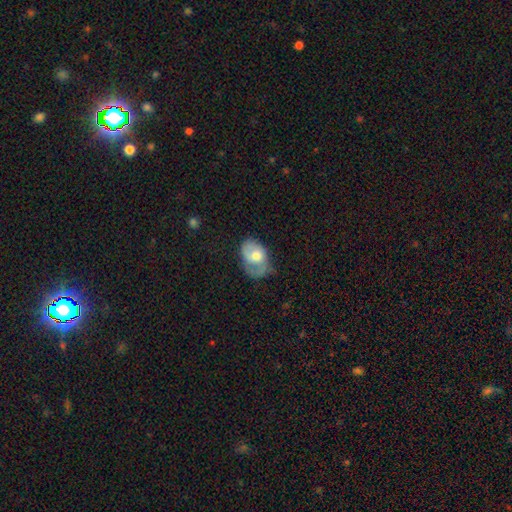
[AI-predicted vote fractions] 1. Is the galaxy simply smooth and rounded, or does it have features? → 54% smooth, 39% featured or disk, 7% star or artifact.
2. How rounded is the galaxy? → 82% in between, 17% round, 1% cigar-shaped.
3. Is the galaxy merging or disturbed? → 39% minor disturbance, 30% none, 28% major disturbance, 3% merger.